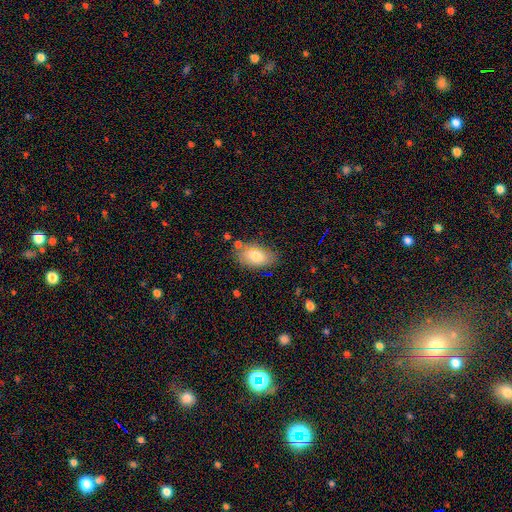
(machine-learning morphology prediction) type=smooth (76%); roundness=in between (92%); merging=none (76%).